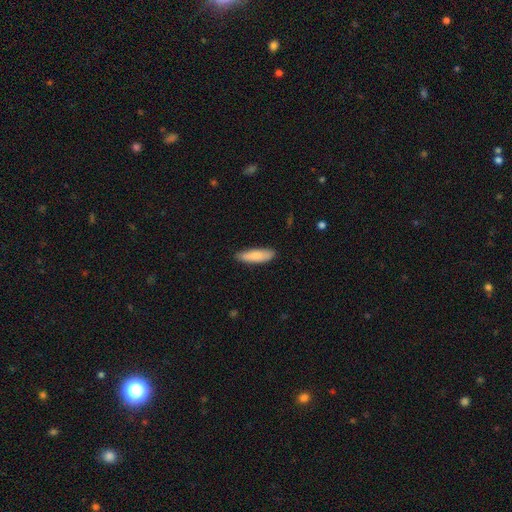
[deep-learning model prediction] Smooth or featured: smooth — 84% (featured or disk — 11%)
How rounded: cigar-shaped — 58% (in between — 41%)
Merging: none — 84% (minor disturbance — 13%)